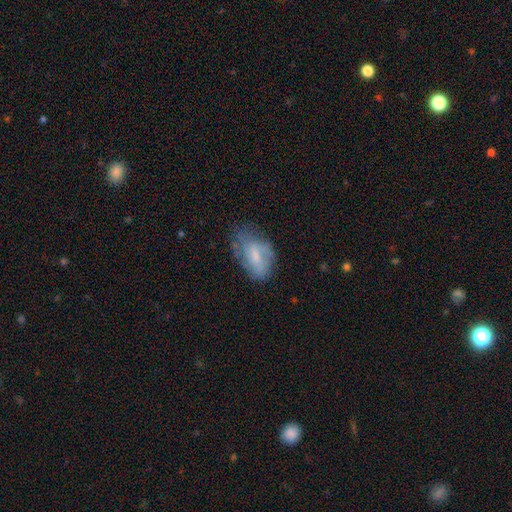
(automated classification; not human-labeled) A smooth galaxy with no disk features (54%) that is in between round and cigar-shaped (89%). Merging: none (50%).